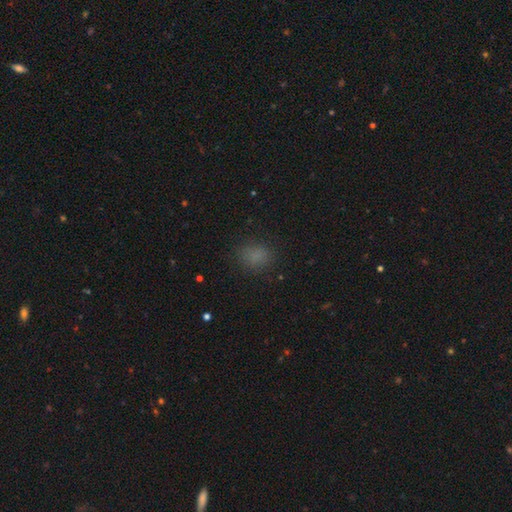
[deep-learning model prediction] The model was most divided on "how rounded": round: 55%, in between: 44%, cigar-shaped: 2%. More confident: merging — none (83%); smooth or featured — smooth (79%).